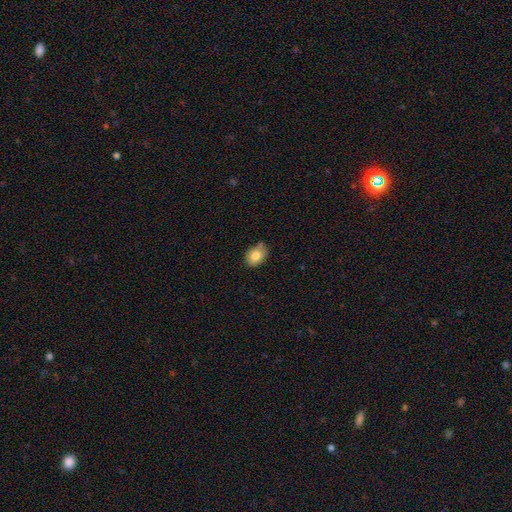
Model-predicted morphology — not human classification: Smooth or featured? smooth (80%)
How rounded? in between (70%)
Merging? none (68%)